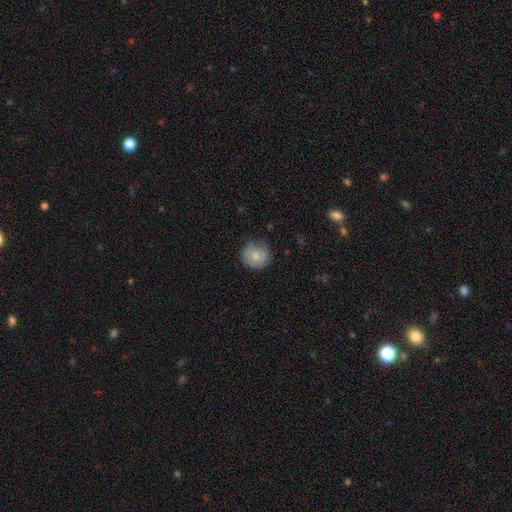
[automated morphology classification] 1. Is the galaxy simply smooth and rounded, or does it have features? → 73% smooth, 20% featured or disk, 7% star or artifact.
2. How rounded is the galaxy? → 85% round, 14% in between, 1% cigar-shaped.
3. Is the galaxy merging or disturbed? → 61% none, 29% minor disturbance, 8% major disturbance, 2% merger.